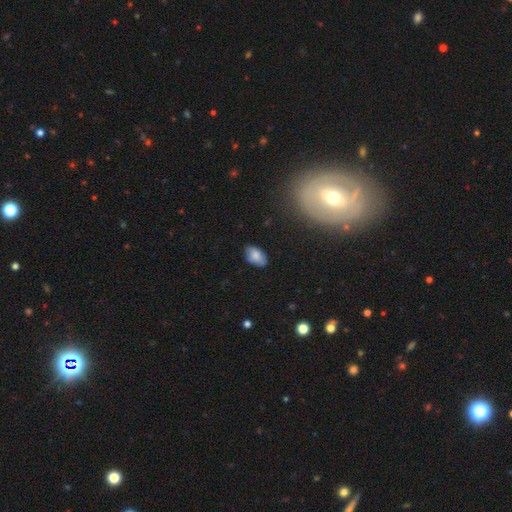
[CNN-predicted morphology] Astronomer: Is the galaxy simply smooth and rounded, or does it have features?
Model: smooth — 79%.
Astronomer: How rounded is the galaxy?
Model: in between — 93%.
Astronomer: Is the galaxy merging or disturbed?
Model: none — 78%.